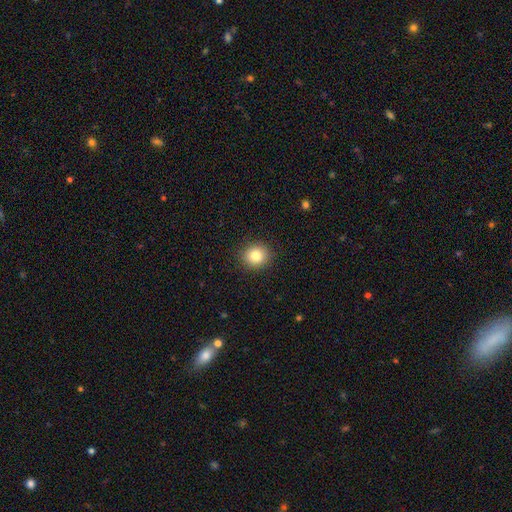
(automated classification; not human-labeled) Q: Smooth or featured?
A: smooth (83%); runner-up: star or artifact (10%)
Q: How rounded?
A: round (86%); runner-up: in between (13%)
Q: Merging?
A: none (91%); runner-up: minor disturbance (6%)